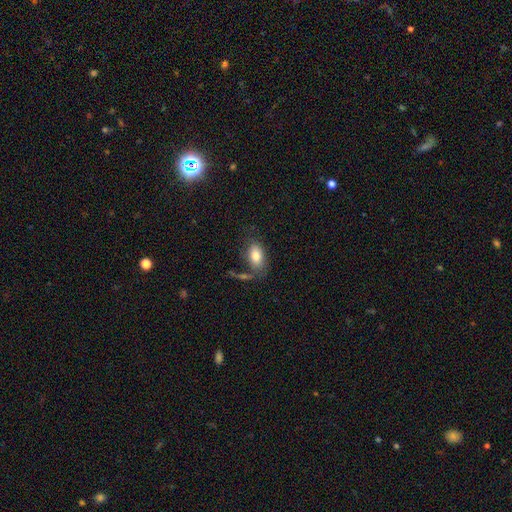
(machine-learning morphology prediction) Overall: smooth (79%). How rounded: in between (90%). Merging: none (57%; minor disturbance 18%).